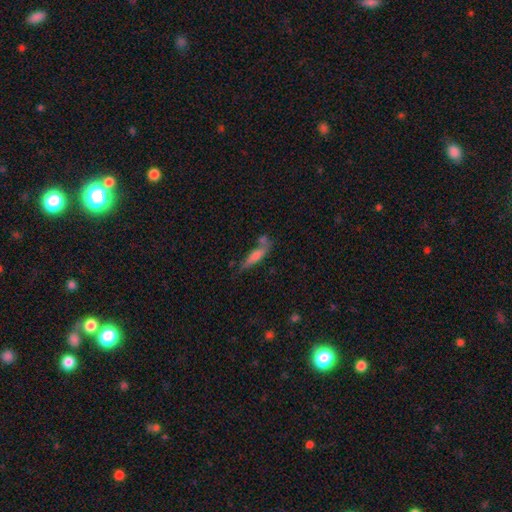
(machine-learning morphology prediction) The model was most divided on "smooth or featured": smooth: 59%, featured or disk: 32%, star or artifact: 8%. More confident: how rounded — cigar-shaped (78%); merging — none (53%).